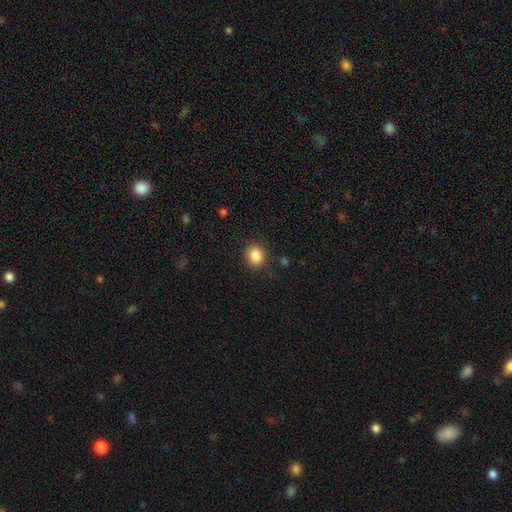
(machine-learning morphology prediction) Smooth or featured: smooth — 86% (star or artifact — 10%)
How rounded: round — 69% (in between — 30%)
Merging: none — 88% (minor disturbance — 8%)